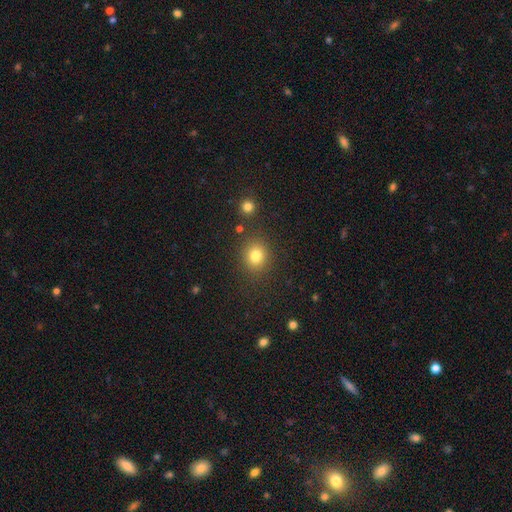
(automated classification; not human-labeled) Smooth or featured? smooth (80%)
How rounded? round (81%)
Merging? none (84%)